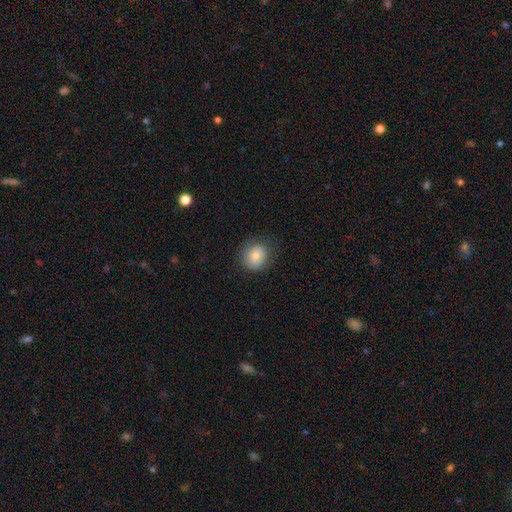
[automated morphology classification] Q: Smooth or featured?
A: smooth (80%); runner-up: featured or disk (12%)
Q: How rounded?
A: round (76%); runner-up: in between (23%)
Q: Merging?
A: none (78%); runner-up: minor disturbance (16%)